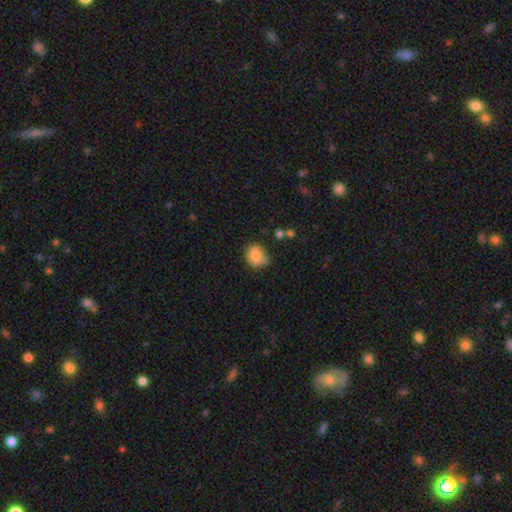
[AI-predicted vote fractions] smooth-or-featured: smooth: 84% | star or artifact: 9% | featured or disk: 7%
  how-rounded: round: 59% | in between: 40% | cigar-shaped: 1%
  merging: none: 59% | minor disturbance: 31% | major disturbance: 7% | merger: 3%